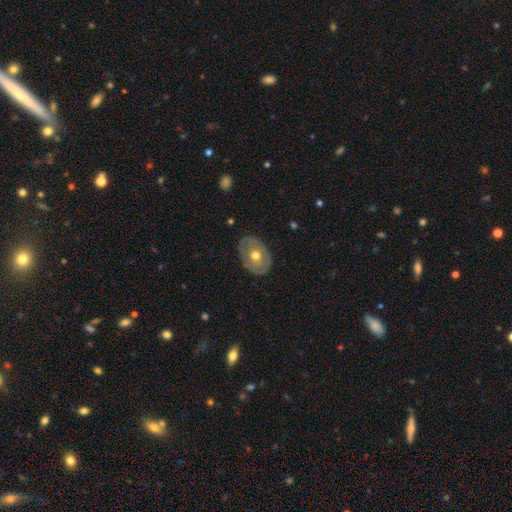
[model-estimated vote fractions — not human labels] featured or disk 52%, smooth 42%, star or artifact 6%. Down the decision tree: edge-on disk — no (91%); merging — none (81%).